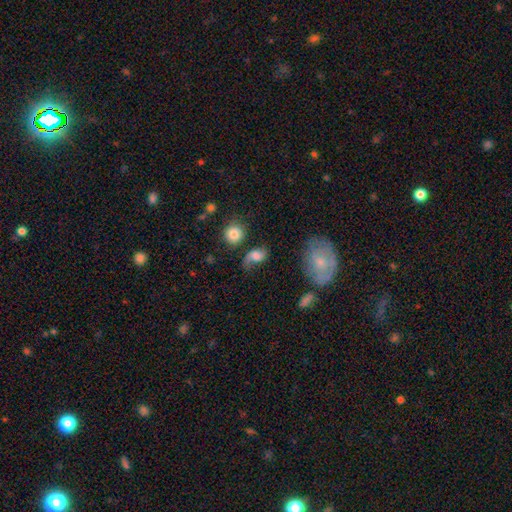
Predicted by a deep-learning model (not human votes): smooth-or-featured: smooth: 55% | featured or disk: 34% | star or artifact: 11%
  how-rounded: in between: 69% | round: 29% | cigar-shaped: 3%
  merging: none: 45% | minor disturbance: 26% | major disturbance: 22% | merger: 7%